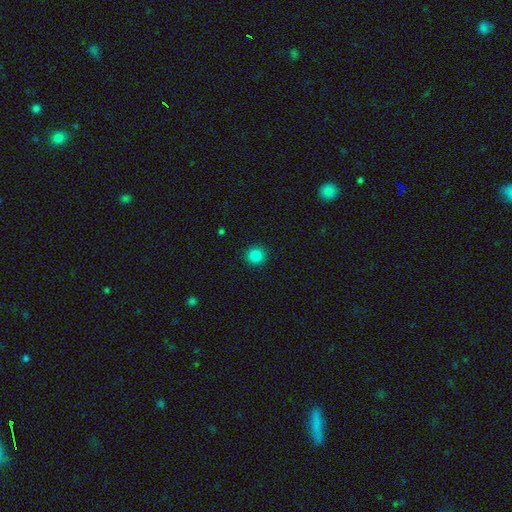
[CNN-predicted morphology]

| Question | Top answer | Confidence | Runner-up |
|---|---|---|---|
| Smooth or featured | smooth | 86% | star or artifact (11%) |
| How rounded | round | 93% | in between (6%) |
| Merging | none | 92% | minor disturbance (5%) |